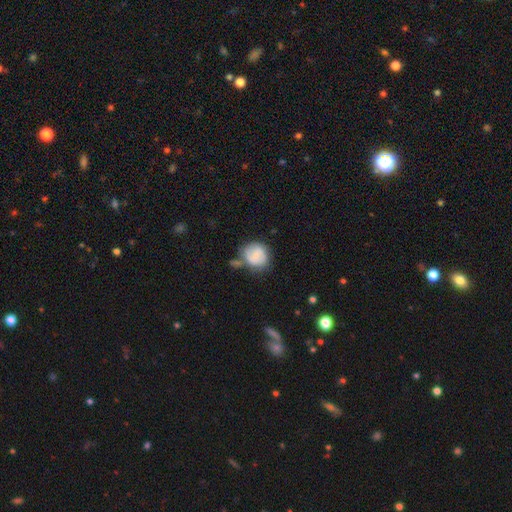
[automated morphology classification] Overall: smooth (62%; featured or disk 30%). How rounded: round (75%). Merging: none (45%; minor disturbance 26%).